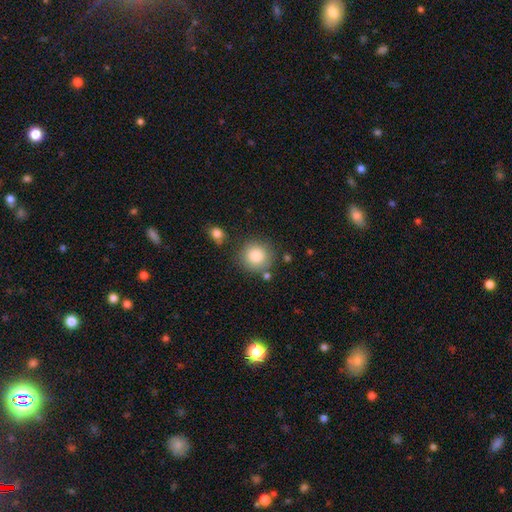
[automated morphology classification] This appears to be a smooth galaxy with no disk features (86%) that is round (92%). Merging: none (79%).